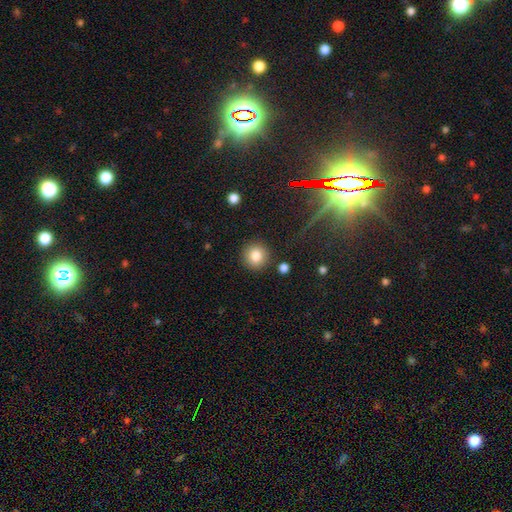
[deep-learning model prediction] smooth 83%, star or artifact 10%, featured or disk 7%. Down the decision tree: how rounded — round (94%); merging — none (89%).